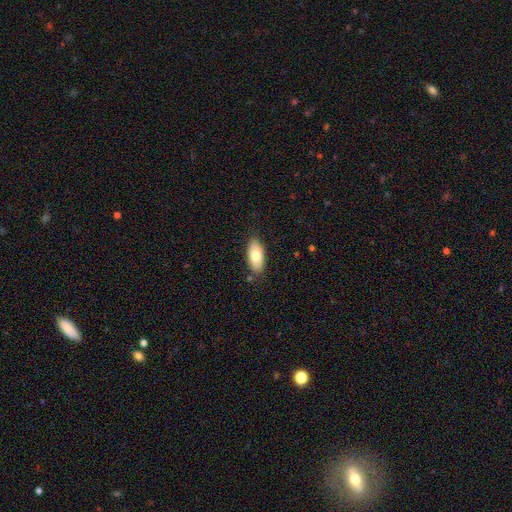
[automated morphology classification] Q: Smooth or featured?
A: smooth (75%); runner-up: featured or disk (18%)
Q: How rounded?
A: in between (90%); runner-up: cigar-shaped (7%)
Q: Merging?
A: none (84%); runner-up: minor disturbance (12%)